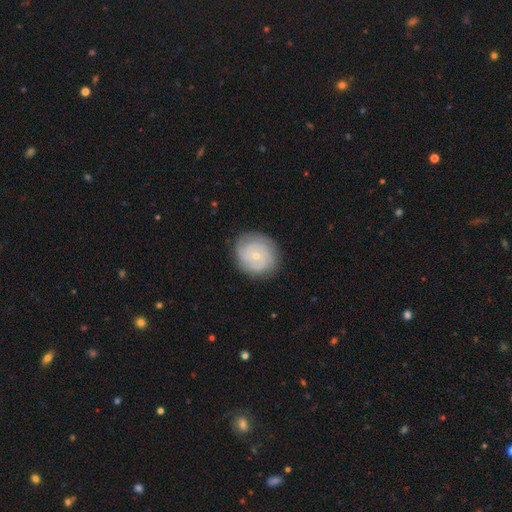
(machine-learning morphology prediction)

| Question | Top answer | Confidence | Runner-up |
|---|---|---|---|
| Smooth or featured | featured or disk | 64% | smooth (29%) |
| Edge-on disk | no | 98% | yes (2%) |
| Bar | no | 81% | weak (17%) |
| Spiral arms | yes | 89% | no (11%) |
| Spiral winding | tight | 70% | medium (24%) |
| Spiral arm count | can't tell | 36% | 3 (24%) |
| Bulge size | small | 80% | moderate (16%) |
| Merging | none | 82% | minor disturbance (13%) |